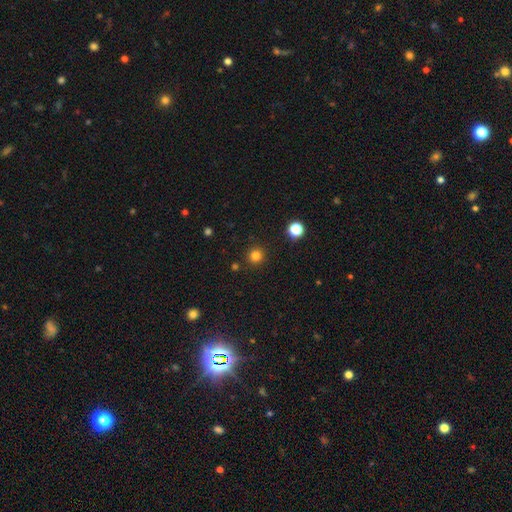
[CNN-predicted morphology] A smooth galaxy with no disk features (81%) that is round (95%).

Vote fractions:
- Smooth or featured? smooth: 81% / star or artifact: 15% / featured or disk: 4%
- How rounded? round: 95% / in between: 4% / cigar-shaped: 1%
- Merging? none: 91% / minor disturbance: 5% / major disturbance: 2% / merger: 2%